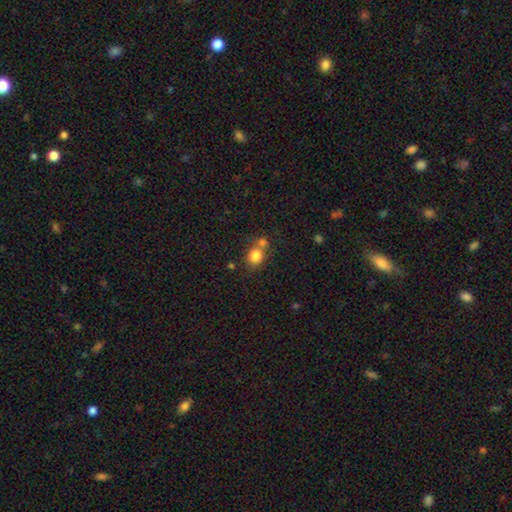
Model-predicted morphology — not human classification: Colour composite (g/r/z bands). It shows a smooth galaxy with no disk features (82%) that is round (77%). Merging: none (54%).